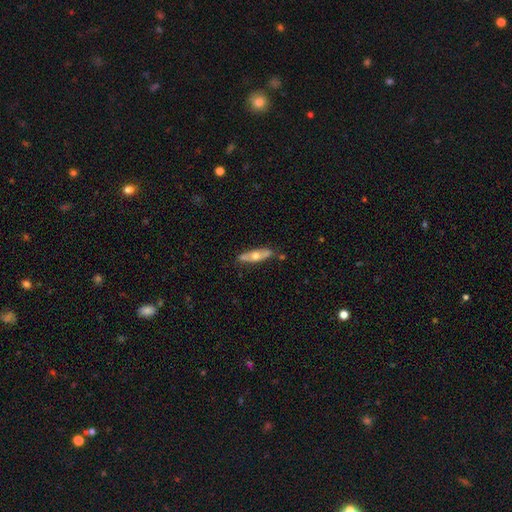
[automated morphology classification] This appears to be a featured or disk galaxy (51%) viewed edge-on (58%). Merging: none (79%).